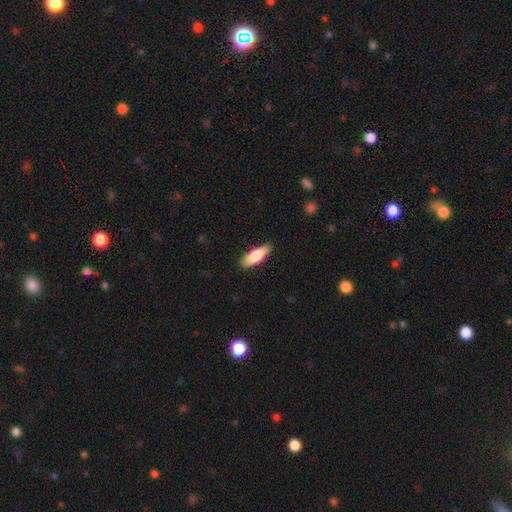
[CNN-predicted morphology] smooth_or_featured: smooth (p=0.72) [alt: featured or disk p=0.23]
how_rounded: in between (p=0.64) [alt: cigar-shaped p=0.33]
merging: none (p=0.88) [alt: minor disturbance p=0.09]